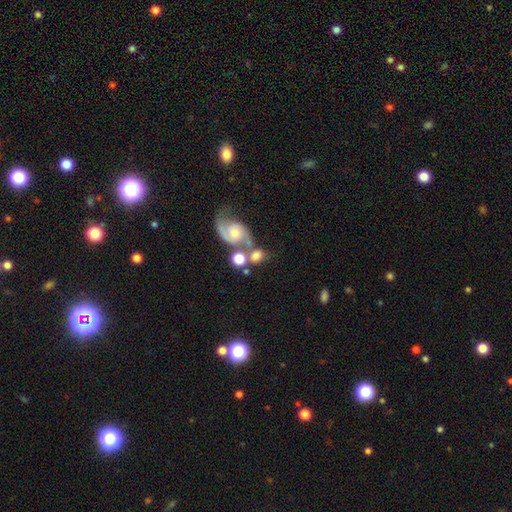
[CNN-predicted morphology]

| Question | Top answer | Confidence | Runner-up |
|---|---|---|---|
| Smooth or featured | smooth | 53% | featured or disk (36%) |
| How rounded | round | 60% | in between (38%) |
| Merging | merger | 42% | none (38%) |